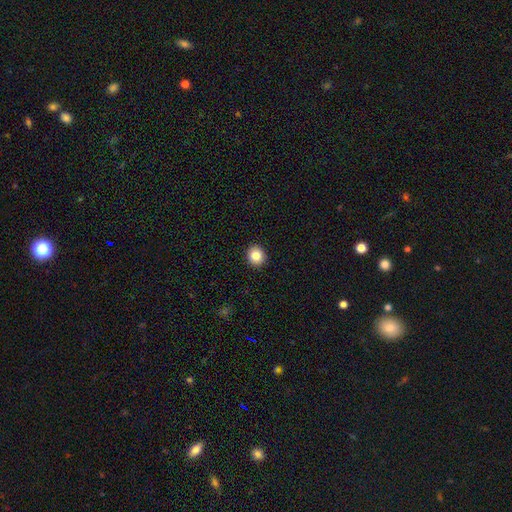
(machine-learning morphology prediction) Q: Smooth or featured?
A: smooth (84%); runner-up: star or artifact (10%)
Q: How rounded?
A: round (85%); runner-up: in between (14%)
Q: Merging?
A: none (93%); runner-up: minor disturbance (5%)